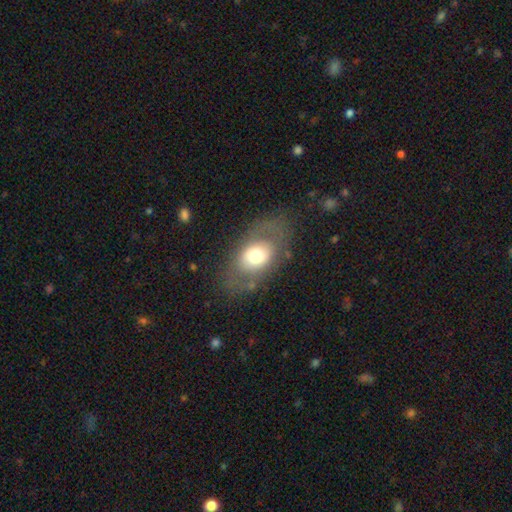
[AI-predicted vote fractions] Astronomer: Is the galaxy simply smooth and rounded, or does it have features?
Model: smooth — 58% (runner-up: featured or disk, 33%).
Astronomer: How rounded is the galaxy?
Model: in between — 81%.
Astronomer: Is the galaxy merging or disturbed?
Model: none — 71%.